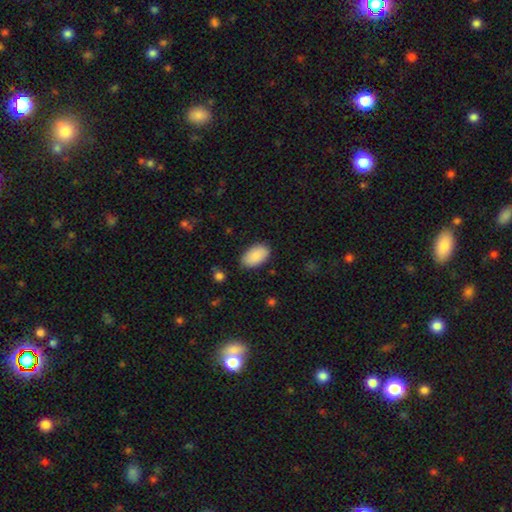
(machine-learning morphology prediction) Smooth or featured? smooth (89%)
How rounded? in between (94%)
Merging? none (84%)